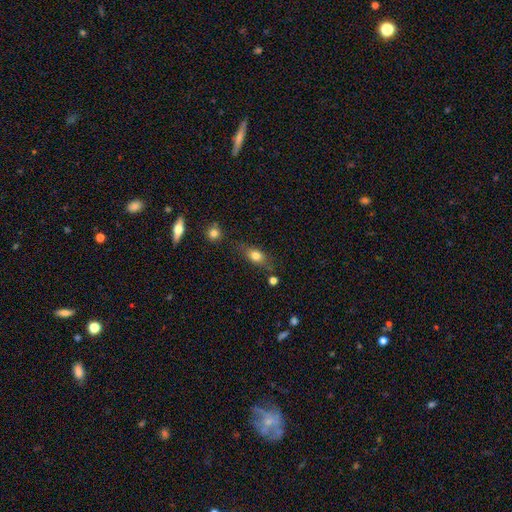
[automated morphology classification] type=smooth (75%); roundness=in between (69%); merging=none (66%).